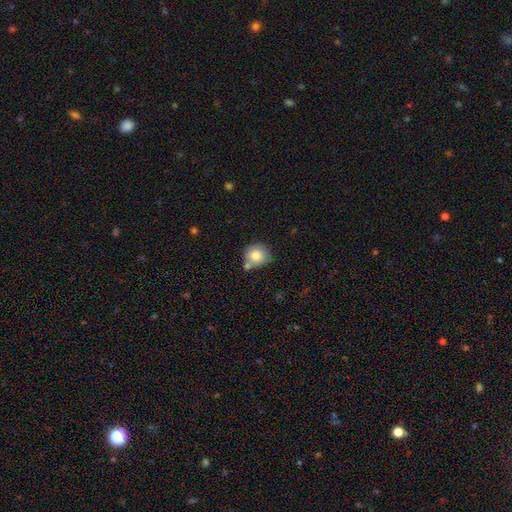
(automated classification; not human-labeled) smooth_or_featured: smooth (p=0.80) [alt: featured or disk p=0.11]
how_rounded: round (p=0.83) [alt: in between p=0.16]
merging: none (p=0.57) [alt: merger p=0.21]